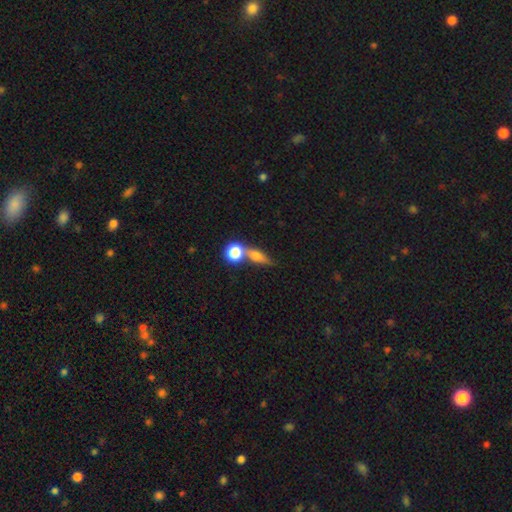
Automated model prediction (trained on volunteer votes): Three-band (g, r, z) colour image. It shows a smooth galaxy with no disk features (56%) that is in between round and cigar-shaped (36%). Merging: none (52%).